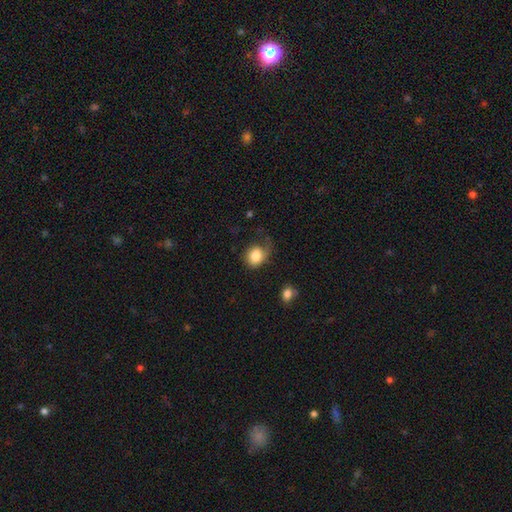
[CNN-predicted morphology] Overall: smooth (79%). How rounded: round (55%; in between 44%). Merging: none (40%; minor disturbance 30%).